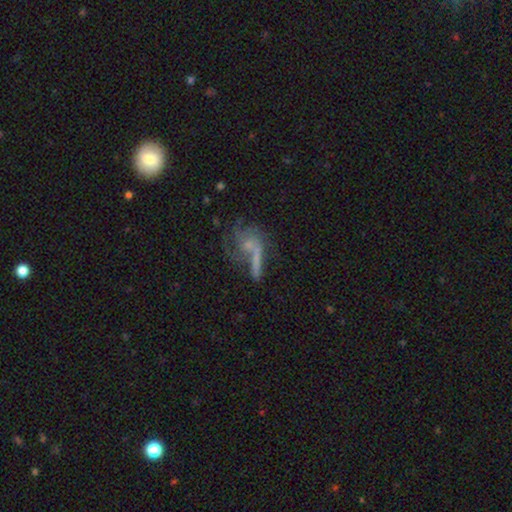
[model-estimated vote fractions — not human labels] Smooth or featured: featured or disk — 53% (smooth — 30%)
Edge-on disk: no — 85% (yes — 15%)
Merging: none — 41% (major disturbance — 25%)